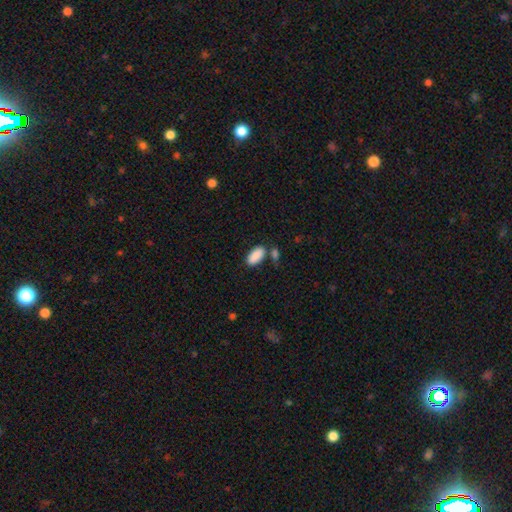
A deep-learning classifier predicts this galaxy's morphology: Smooth or featured? smooth (89%)
How rounded? in between (92%)
Merging? none (67%)